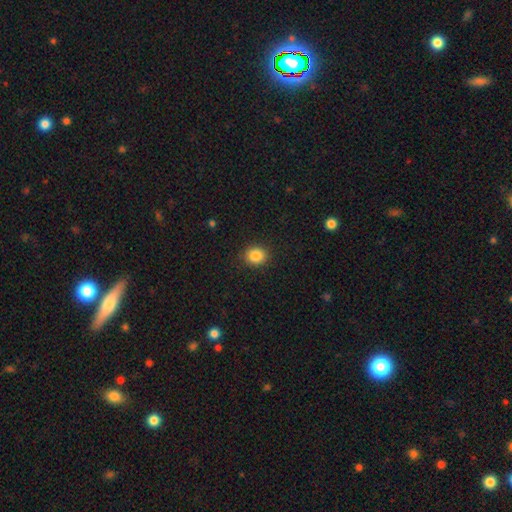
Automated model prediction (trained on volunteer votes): smooth-or-featured: smooth: 85% | star or artifact: 10% | featured or disk: 5%
  how-rounded: round: 73% | in between: 26% | cigar-shaped: 1%
  merging: none: 89% | minor disturbance: 7% | major disturbance: 2% | merger: 1%